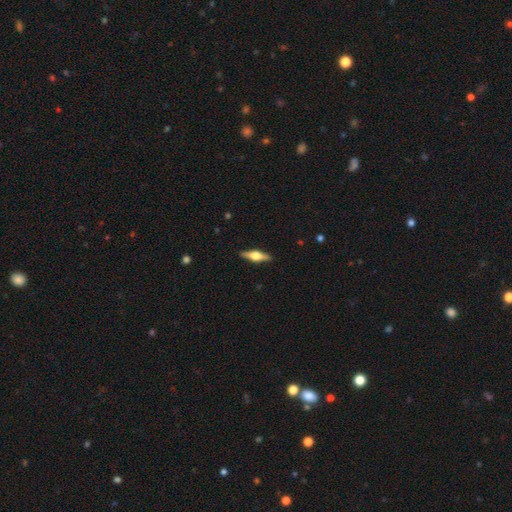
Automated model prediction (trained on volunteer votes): This is likely a featured or disk galaxy (66%). It is clearly viewed edge-on (97%). Edge-on bulge: clearly rounded (92%). Merging: clearly none (90%).